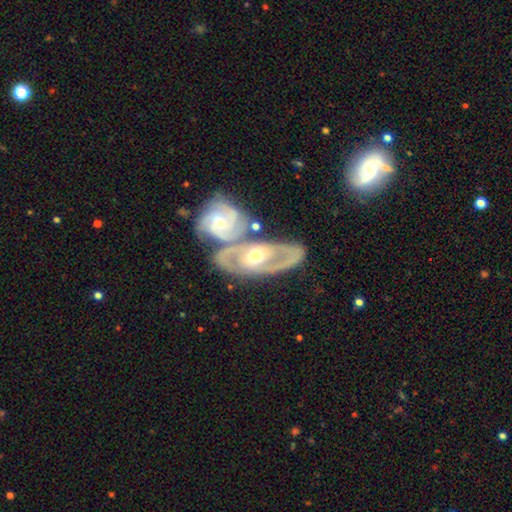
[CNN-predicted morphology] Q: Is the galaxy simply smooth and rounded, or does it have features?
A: featured or disk — 83%.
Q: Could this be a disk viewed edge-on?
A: no — 92%.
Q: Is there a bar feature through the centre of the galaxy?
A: no — 52%.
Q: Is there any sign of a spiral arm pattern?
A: yes — 88%.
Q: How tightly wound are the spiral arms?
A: tight — 50%.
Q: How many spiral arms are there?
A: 2 — 55%.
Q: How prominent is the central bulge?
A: moderate — 71%.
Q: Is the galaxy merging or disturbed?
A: merger — 44%.